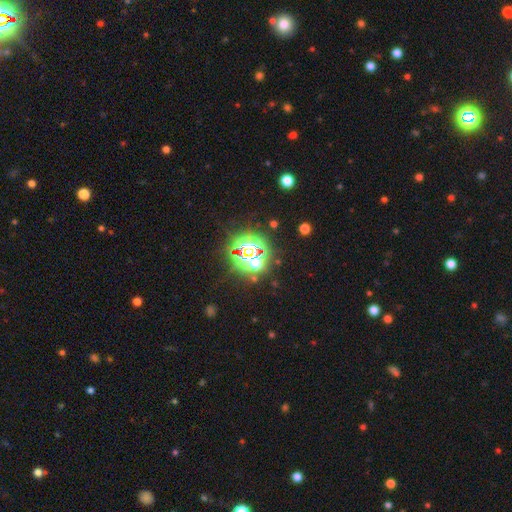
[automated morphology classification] Smooth or featured? star or artifact (79%)